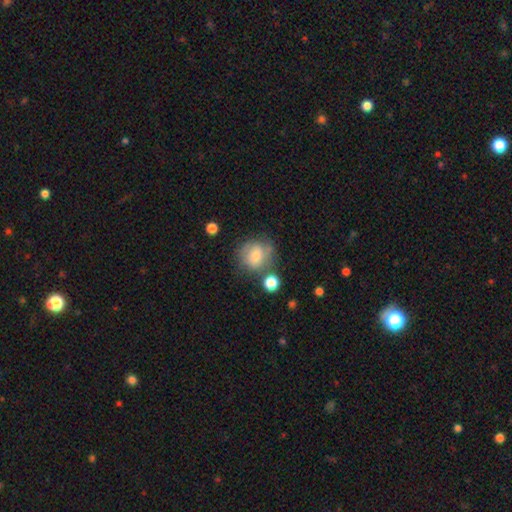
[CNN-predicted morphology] This is likely a smooth galaxy (71%). How rounded: clearly round (82%). Merging: possibly none (58%).